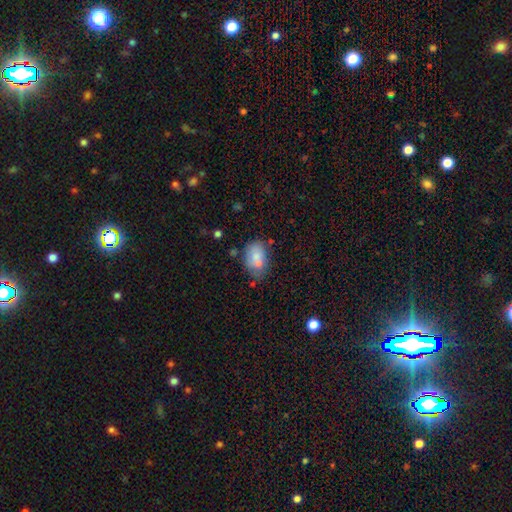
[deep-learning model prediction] A smooth galaxy with no disk features (73%) that is in between round and cigar-shaped (81%).

Vote fractions:
- Smooth or featured? smooth: 73% / featured or disk: 19% / star or artifact: 9%
- How rounded? in between: 81% / round: 18% / cigar-shaped: 1%
- Merging? none: 48% / merger: 23% / minor disturbance: 22% / major disturbance: 7%